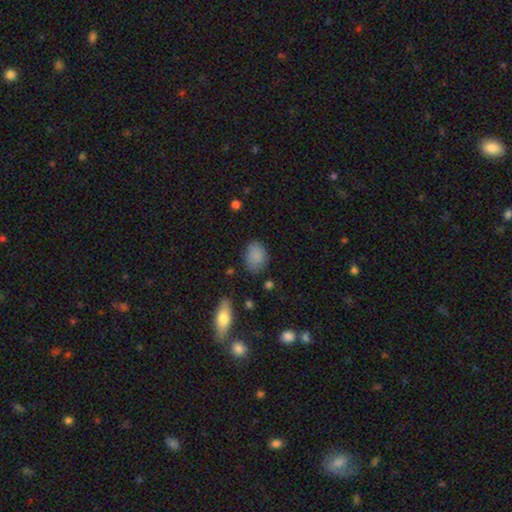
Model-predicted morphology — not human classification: type=smooth (84%); roundness=in between (78%); merging=none (75%).